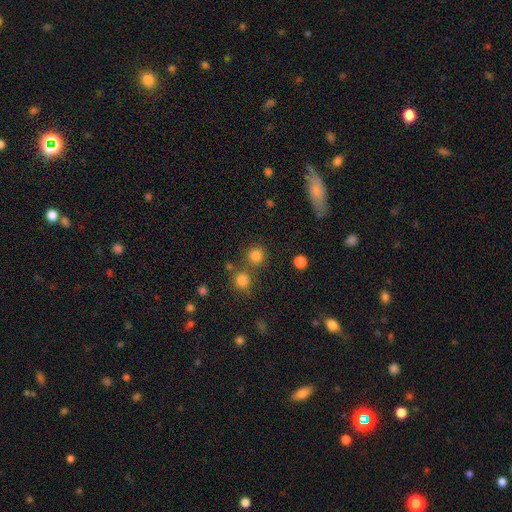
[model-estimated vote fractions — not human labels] Overall: smooth (80%). How rounded: round (91%). Merging: none (73%).